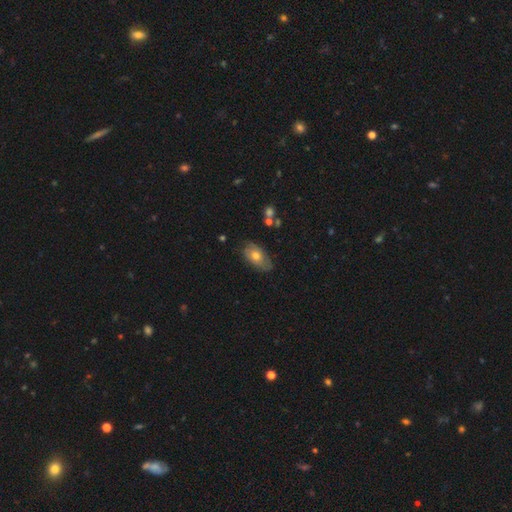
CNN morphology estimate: A smooth galaxy with no disk features (65%) that is in between round and cigar-shaped (90%). Merging: none (69%).